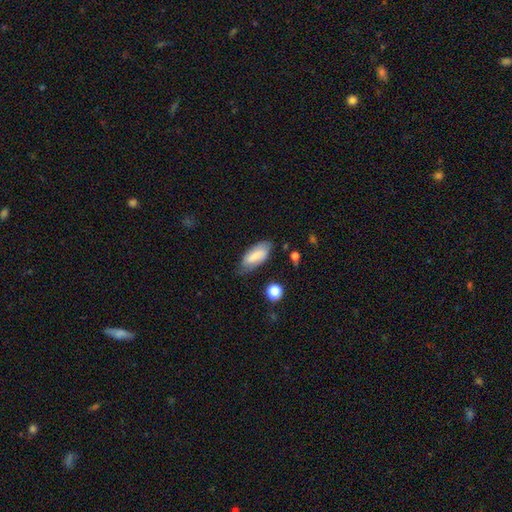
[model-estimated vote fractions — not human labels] smooth_or_featured: smooth (p=0.73) [alt: featured or disk p=0.20]
how_rounded: in between (p=0.85) [alt: cigar-shaped p=0.13]
merging: none (p=0.66) [alt: minor disturbance p=0.26]